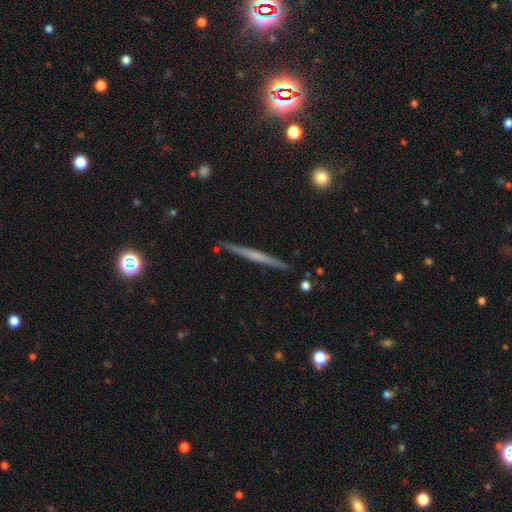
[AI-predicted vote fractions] A featured or disk galaxy (58%) viewed edge-on (98%) with no central bulge (76%). Merging: none (90%).